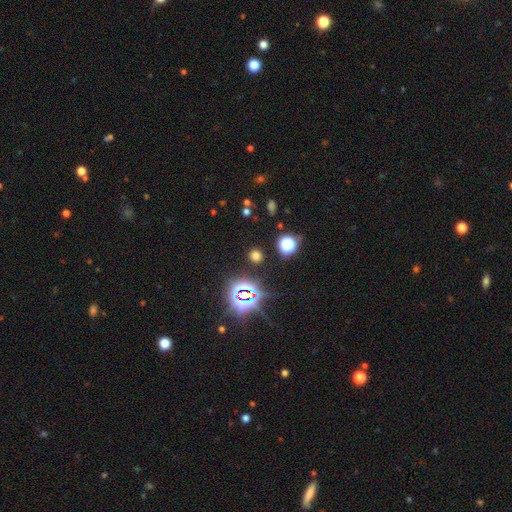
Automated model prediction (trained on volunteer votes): Smooth or featured: smooth — 58% (star or artifact — 36%)
How rounded: round — 88% (in between — 11%)
Merging: none — 88% (minor disturbance — 6%)